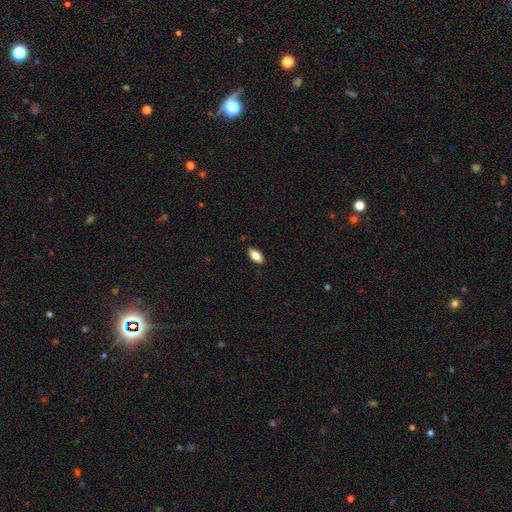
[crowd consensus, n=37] A smooth galaxy with no disk features (81%) that is in between round and cigar-shaped (90%). Merging: none (100%).